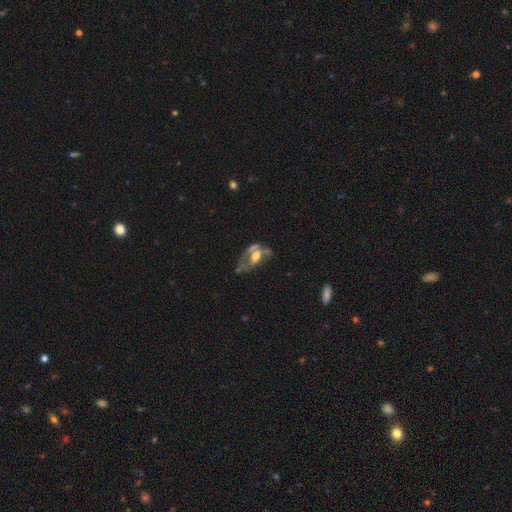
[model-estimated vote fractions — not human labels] smooth_or_featured: featured or disk (p=0.56) [alt: smooth p=0.32]
disk_edge_on: no (p=0.92) [alt: yes p=0.08]
bar: no (p=0.73) [alt: weak p=0.19]
has_spiral_arms: no (p=0.70) [alt: yes p=0.30]
bulge_size: moderate (p=0.49) [alt: large p=0.26]
merging: major disturbance (p=0.37) [alt: merger p=0.26]